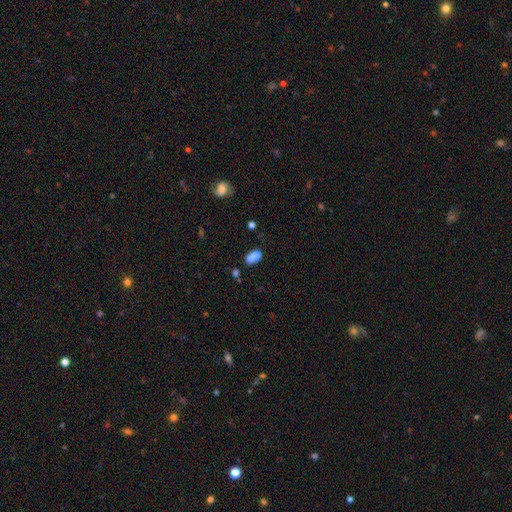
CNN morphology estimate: Smooth or featured: smooth — 71% (featured or disk — 18%)
How rounded: in between — 71% (round — 25%)
Merging: merger — 48% (none — 29%)